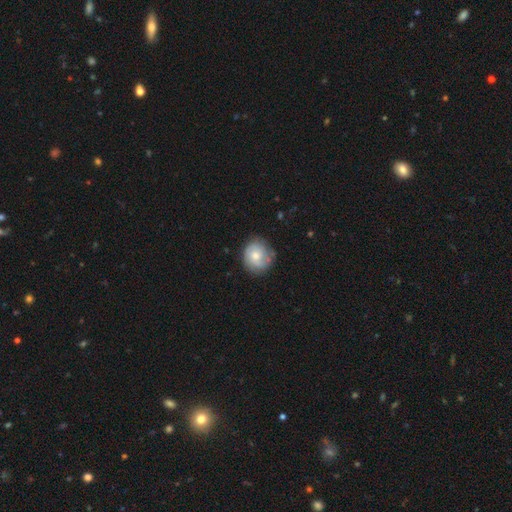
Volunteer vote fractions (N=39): featured or disk 54%, smooth 41%, star or artifact 5%. Down the decision tree: edge-on disk — no (100%); bar — no (76%); spiral arms — yes (86%); spiral arm count — can't tell (56%); spiral winding — tight (56%); bulge size — moderate (62%); merging — none (68%).